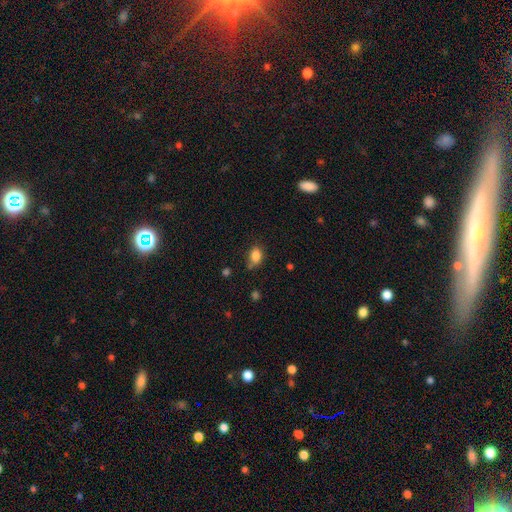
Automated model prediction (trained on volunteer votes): The model was most divided on "merging": none: 61%, minor disturbance: 25%, merger: 7%, major disturbance: 6%. More confident: smooth or featured — smooth (84%); how rounded — in between (75%).